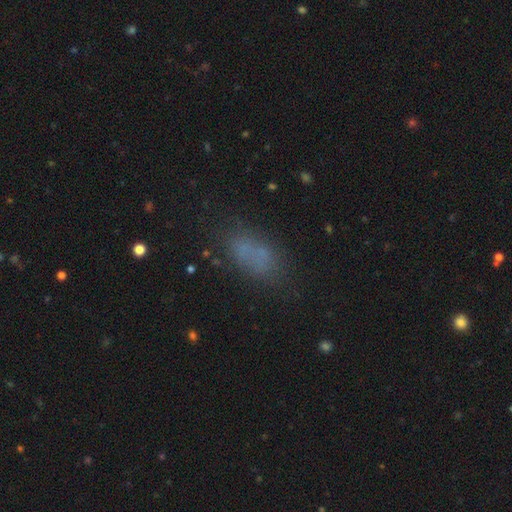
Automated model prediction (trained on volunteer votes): Smooth or featured: smooth — 68% (star or artifact — 16%)
How rounded: in between — 85% (cigar-shaped — 8%)
Merging: none — 64% (minor disturbance — 20%)